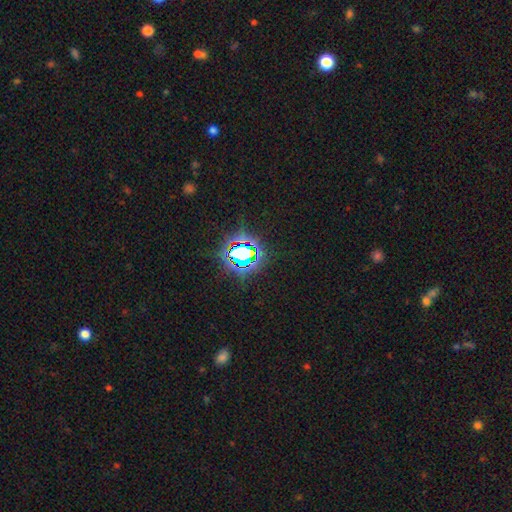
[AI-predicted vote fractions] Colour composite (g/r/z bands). It shows a star or artifact, not a galaxy (78%).